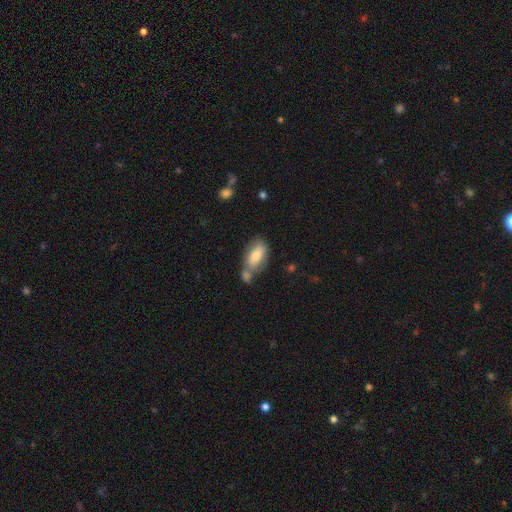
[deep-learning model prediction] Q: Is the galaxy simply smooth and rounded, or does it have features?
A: smooth — 72%.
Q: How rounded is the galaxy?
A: in between — 90%.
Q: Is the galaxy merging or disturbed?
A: none — 42%.